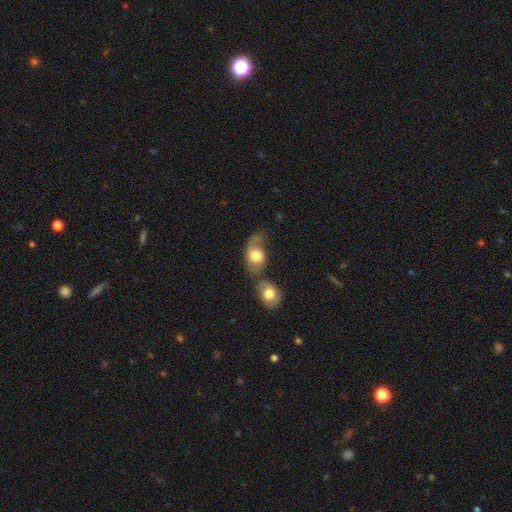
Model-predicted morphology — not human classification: A smooth galaxy with no disk features (68%) that is in between round and cigar-shaped (79%).

Vote fractions:
- Smooth or featured? smooth: 68% / featured or disk: 25% / star or artifact: 7%
- How rounded? in between: 79% / round: 19% / cigar-shaped: 2%
- Merging? merger: 34% / none: 33% / minor disturbance: 20% / major disturbance: 13%